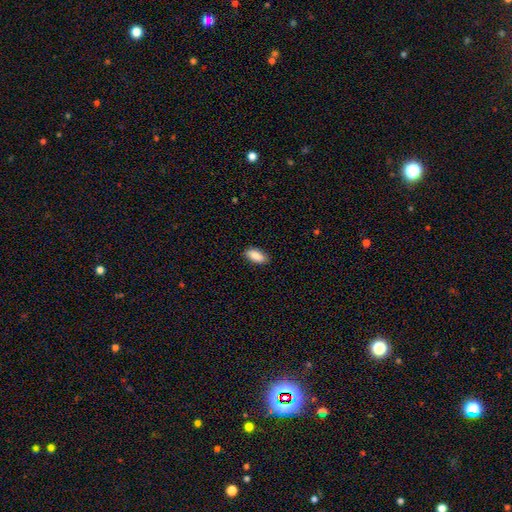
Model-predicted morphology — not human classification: A smooth galaxy with no disk features (89%) that is in between round and cigar-shaped (89%). Merging: none (87%).